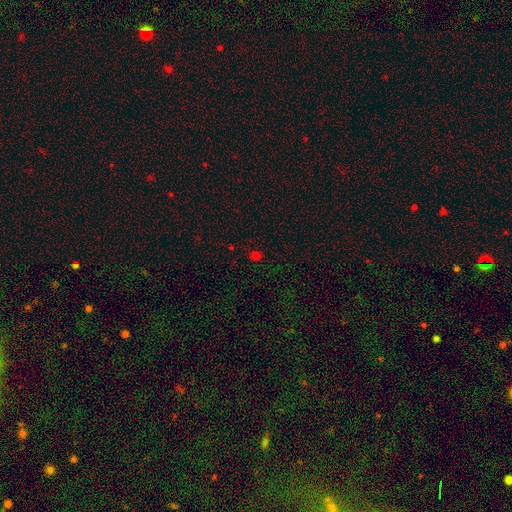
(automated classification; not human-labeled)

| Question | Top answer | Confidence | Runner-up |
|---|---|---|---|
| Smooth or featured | smooth | 66% | star or artifact (30%) |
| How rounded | round | 79% | in between (20%) |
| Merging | none | 85% | minor disturbance (9%) |